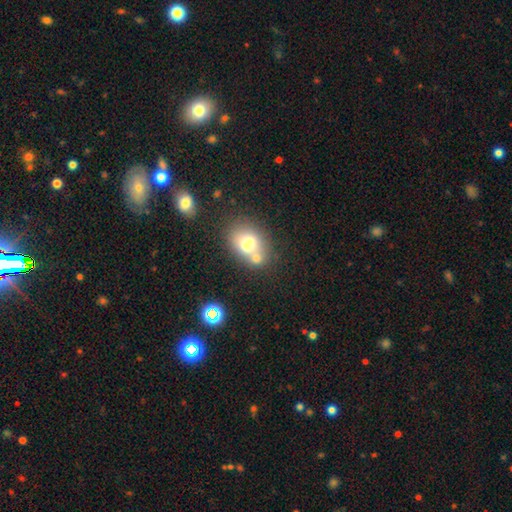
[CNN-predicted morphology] Q: Smooth or featured?
A: smooth (67%); runner-up: featured or disk (21%)
Q: How rounded?
A: in between (55%); runner-up: round (43%)
Q: Merging?
A: merger (43%); runner-up: none (40%)